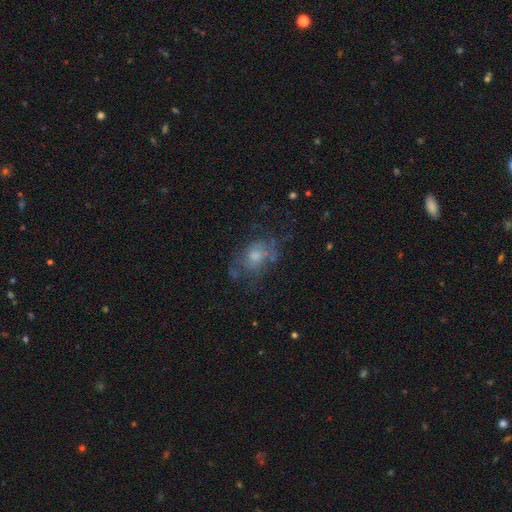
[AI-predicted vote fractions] Overall: featured or disk (43%; smooth 42%). Merging: none (51%; minor disturbance 24%).